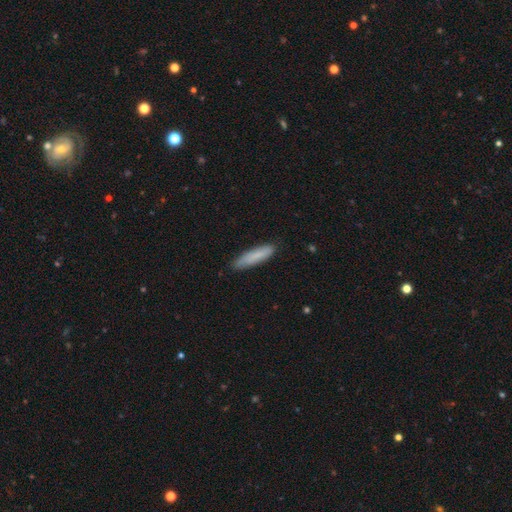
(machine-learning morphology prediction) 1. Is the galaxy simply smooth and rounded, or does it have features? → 82% smooth, 12% featured or disk, 6% star or artifact.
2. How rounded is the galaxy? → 80% cigar-shaped, 18% in between, 1% round.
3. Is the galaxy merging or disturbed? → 84% none, 13% minor disturbance, 2% major disturbance, 1% merger.